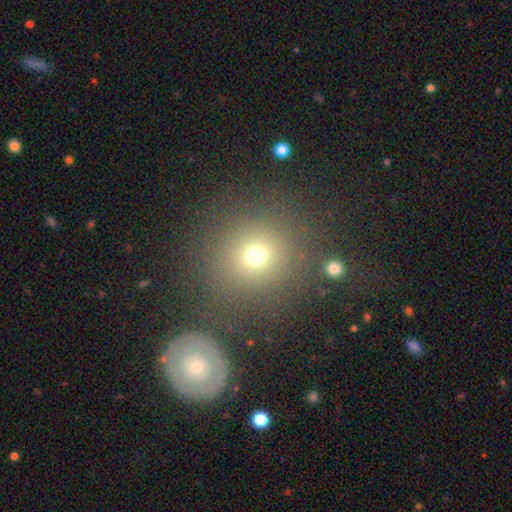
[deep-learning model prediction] A smooth galaxy with no disk features (70%) that is round (86%). Merging: none (81%).